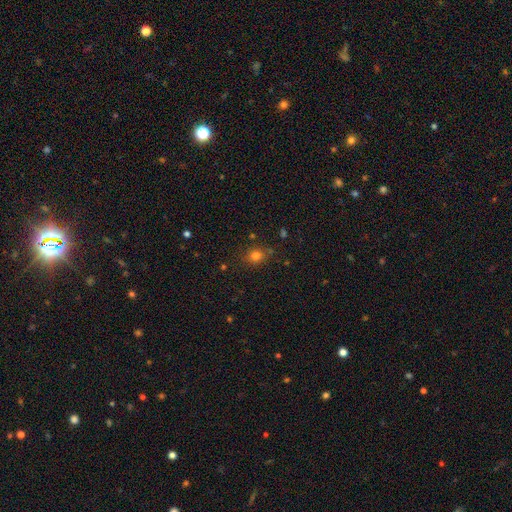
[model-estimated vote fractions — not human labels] Smooth or featured? smooth (78%)
How rounded? round (64%)
Merging? none (78%)